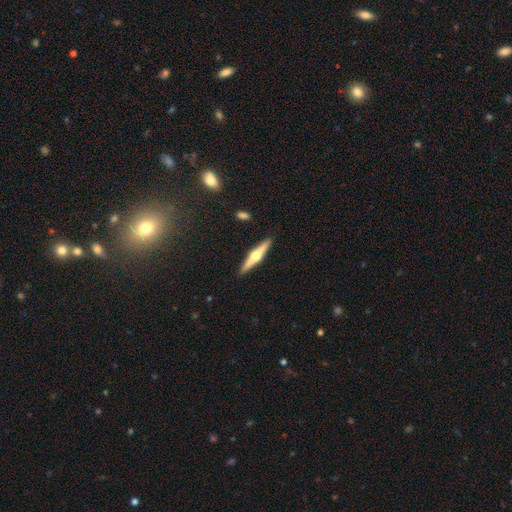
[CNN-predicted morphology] type=featured or disk (73%); edge-on=yes (98%); edge-on bulge=rounded (95%); merging=none (91%).